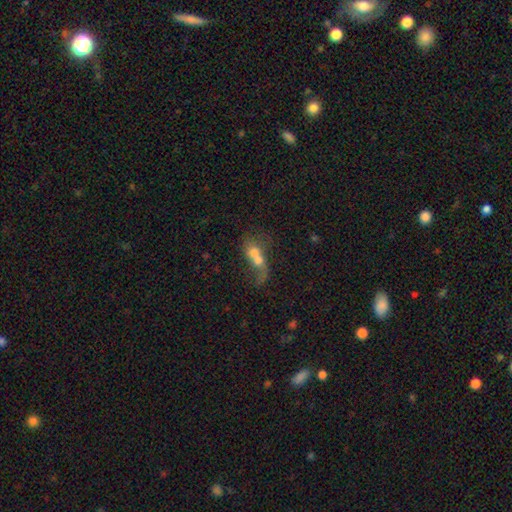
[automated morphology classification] A smooth galaxy with no disk features (53%) that is in between round and cigar-shaped (52%).

Vote fractions:
- Smooth or featured? smooth: 53% / featured or disk: 36% / star or artifact: 11%
- How rounded? in between: 52% / round: 42% / cigar-shaped: 6%
- Merging? merger: 75% / major disturbance: 11% / none: 9% / minor disturbance: 5%